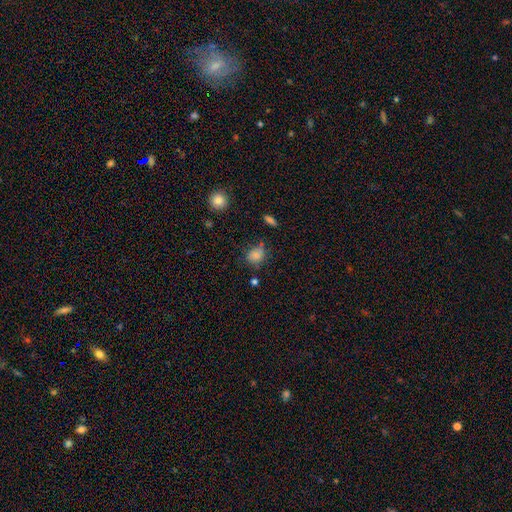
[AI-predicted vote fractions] This appears to be a smooth galaxy with no disk features (75%) that is round (57%). Merging: none (57%).